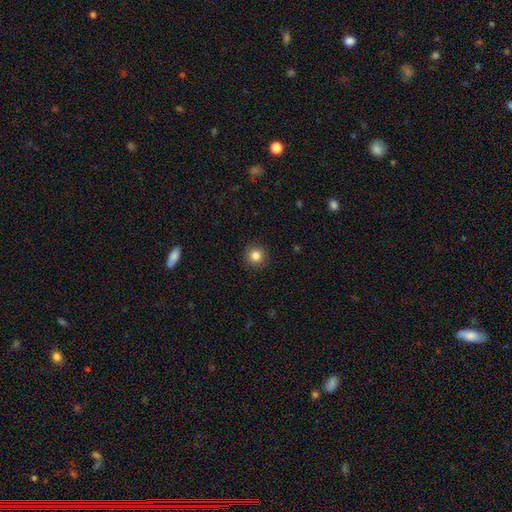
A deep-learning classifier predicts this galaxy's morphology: Overall: smooth (84%). How rounded: round (95%). Merging: none (92%).